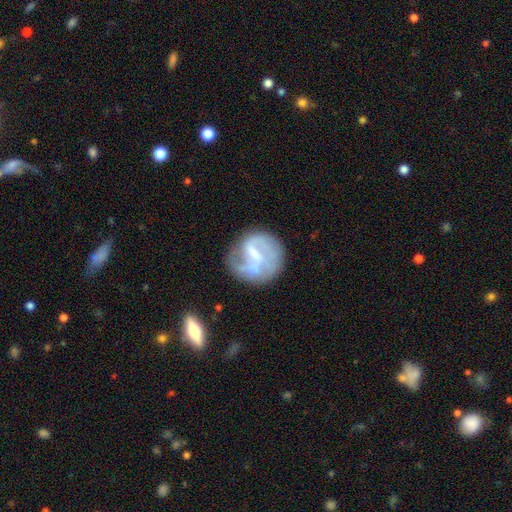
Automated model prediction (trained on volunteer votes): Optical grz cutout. It shows a featured or disk galaxy (68%) with a weak bar (48%), spiral arms (72%) and a small central bulge (39%). Merging: none (57%).